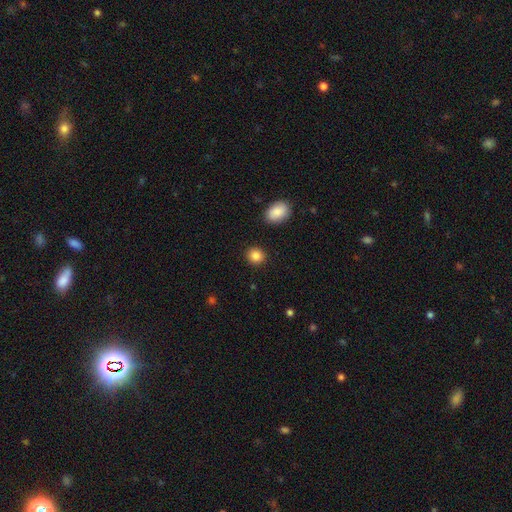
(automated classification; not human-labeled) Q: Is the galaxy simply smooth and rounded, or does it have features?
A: smooth — 86%.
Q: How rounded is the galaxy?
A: round — 82%.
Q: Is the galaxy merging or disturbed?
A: none — 90%.